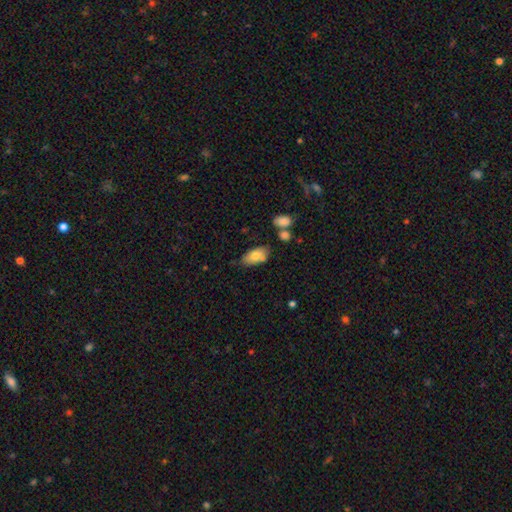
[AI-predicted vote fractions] Overall: smooth (76%). How rounded: in between (92%). Merging: none (68%).